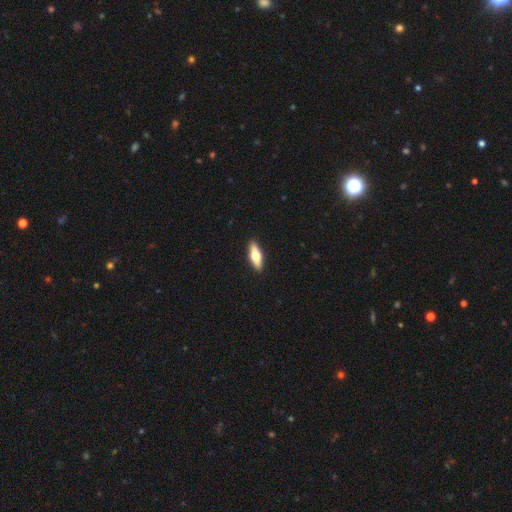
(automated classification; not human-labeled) This appears to be a smooth galaxy with no disk features (59%) that is in between round and cigar-shaped (50%). Merging: none (91%).